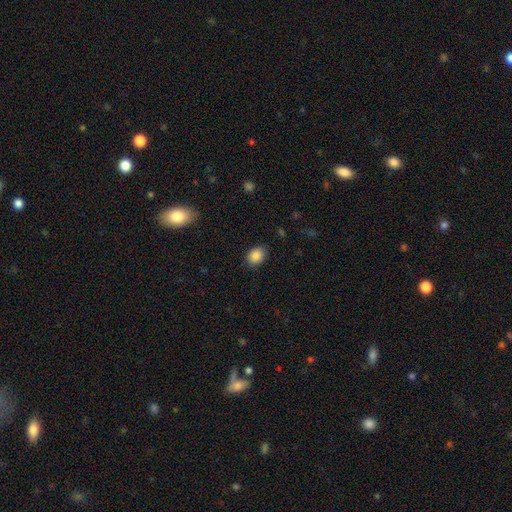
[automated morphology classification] Q: Smooth or featured?
A: smooth (87%); runner-up: star or artifact (8%)
Q: How rounded?
A: in between (66%); runner-up: round (33%)
Q: Merging?
A: none (84%); runner-up: minor disturbance (12%)